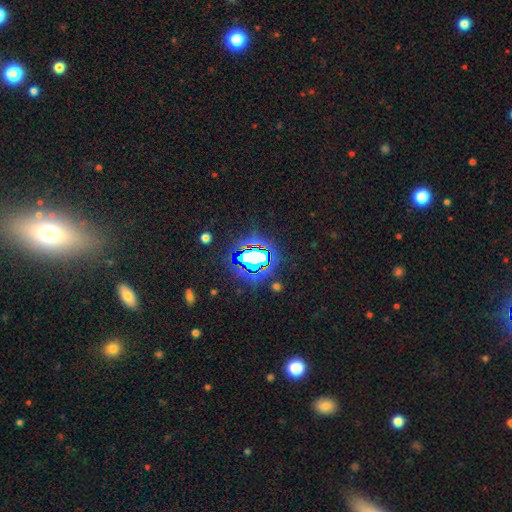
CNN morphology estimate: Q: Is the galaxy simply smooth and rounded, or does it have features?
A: star or artifact — 70%.